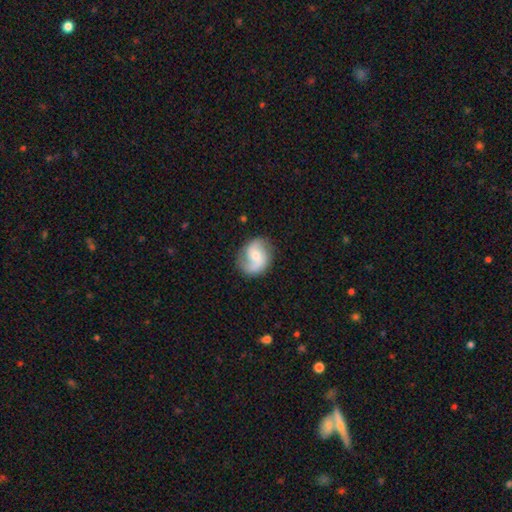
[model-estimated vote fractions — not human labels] Smooth or featured? featured or disk (72%)
Edge-on disk? no (98%)
Bar? no (53%)
Spiral arms? yes (94%)
Spiral winding? medium (44%)
Spiral arm count? 2 (83%)
Bulge size? moderate (50%)
Merging? none (76%)